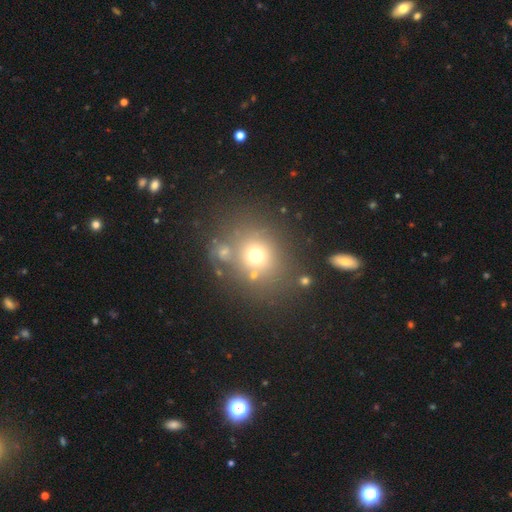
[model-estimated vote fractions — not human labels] Smooth or featured? Predicted: smooth (p=0.66). How rounded? Predicted: round (p=0.76). Merging? Predicted: none (p=0.66).